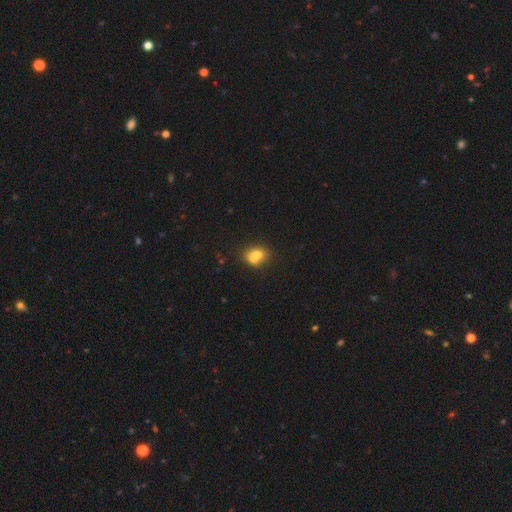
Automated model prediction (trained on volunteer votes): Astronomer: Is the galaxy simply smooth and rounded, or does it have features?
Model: smooth — 68%.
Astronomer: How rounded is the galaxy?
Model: round — 55% (runner-up: in between, 44%).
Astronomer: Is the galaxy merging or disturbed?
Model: merger — 54% (runner-up: none, 33%).